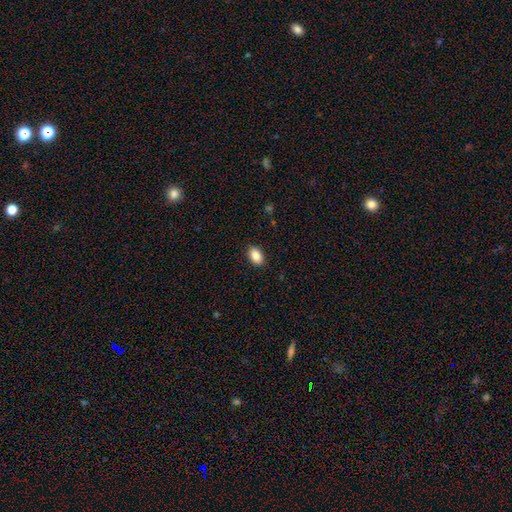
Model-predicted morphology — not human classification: Smooth or featured? smooth (87%)
How rounded? in between (89%)
Merging? none (89%)